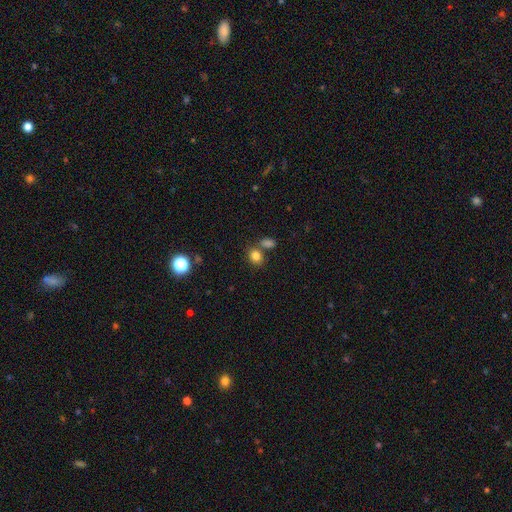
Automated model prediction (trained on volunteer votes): Q: Smooth or featured?
A: smooth (81%); runner-up: star or artifact (13%)
Q: How rounded?
A: round (51%); runner-up: in between (48%)
Q: Merging?
A: none (62%); runner-up: merger (23%)